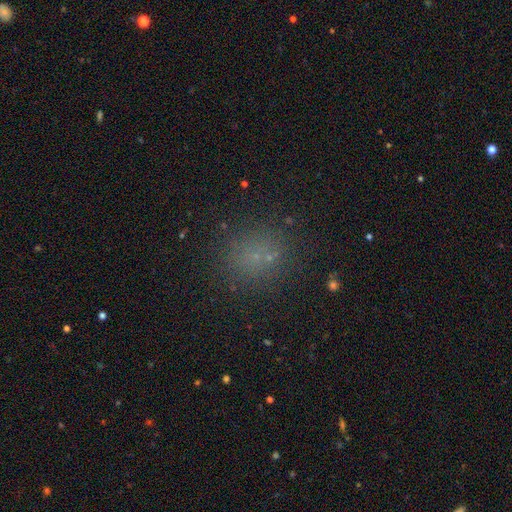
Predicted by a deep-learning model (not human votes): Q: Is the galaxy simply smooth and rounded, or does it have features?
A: smooth — 63%.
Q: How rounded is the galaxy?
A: round — 72%.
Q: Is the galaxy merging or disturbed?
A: none — 81%.